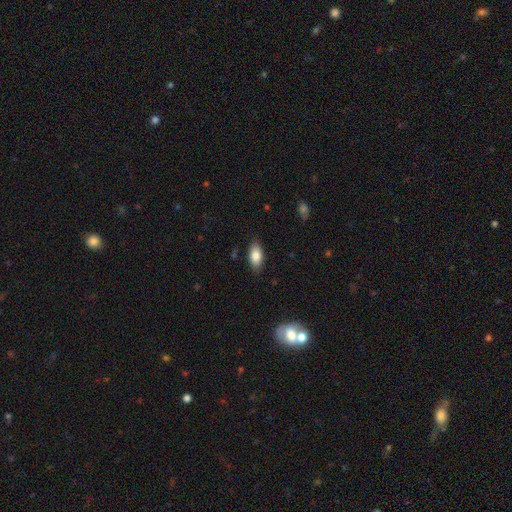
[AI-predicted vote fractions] Overall: smooth (83%). How rounded: in between (91%). Merging: none (86%).